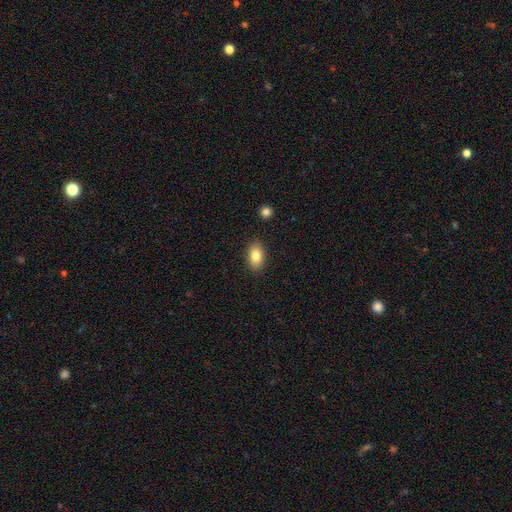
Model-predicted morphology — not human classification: This appears to be a smooth galaxy with no disk features (83%) that is in between round and cigar-shaped (90%). Merging: none (87%).